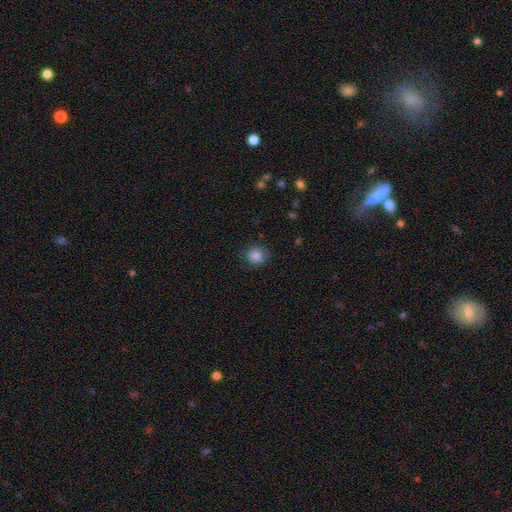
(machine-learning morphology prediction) Q: Smooth or featured?
A: smooth (86%); runner-up: star or artifact (10%)
Q: How rounded?
A: round (82%); runner-up: in between (18%)
Q: Merging?
A: none (83%); runner-up: minor disturbance (13%)